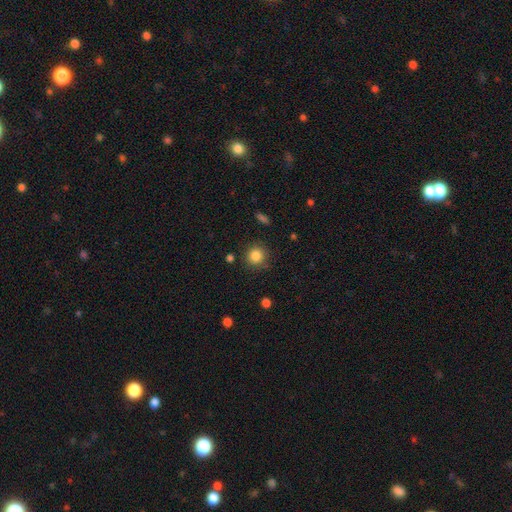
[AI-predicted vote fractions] This appears to be a smooth galaxy with no disk features (85%) that is round (91%). Merging: none (84%).